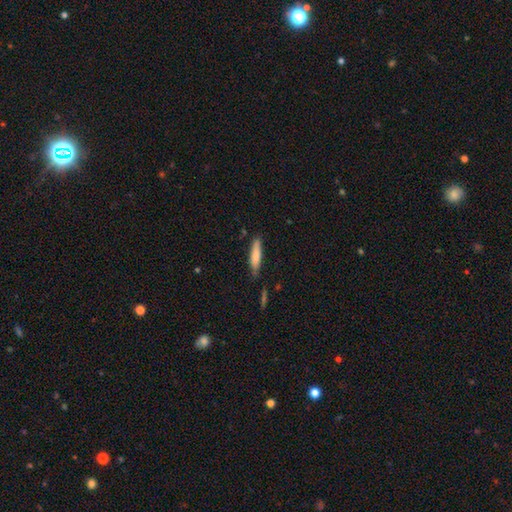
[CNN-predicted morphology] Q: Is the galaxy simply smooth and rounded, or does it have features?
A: smooth — 78%.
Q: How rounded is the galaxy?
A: cigar-shaped — 82%.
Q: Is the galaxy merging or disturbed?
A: none — 76%.